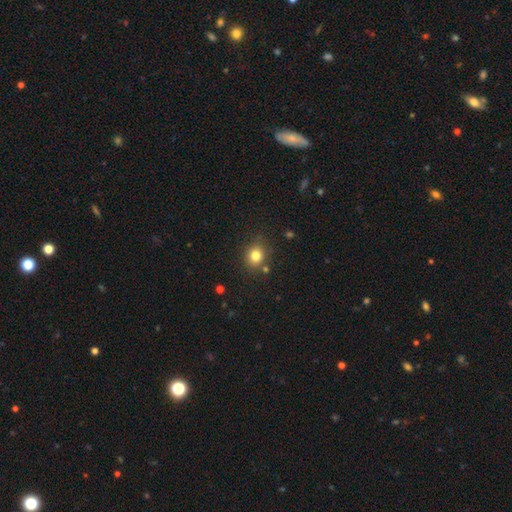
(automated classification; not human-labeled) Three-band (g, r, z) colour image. It shows a smooth galaxy with no disk features (81%) that is round (75%). Merging: none (81%).